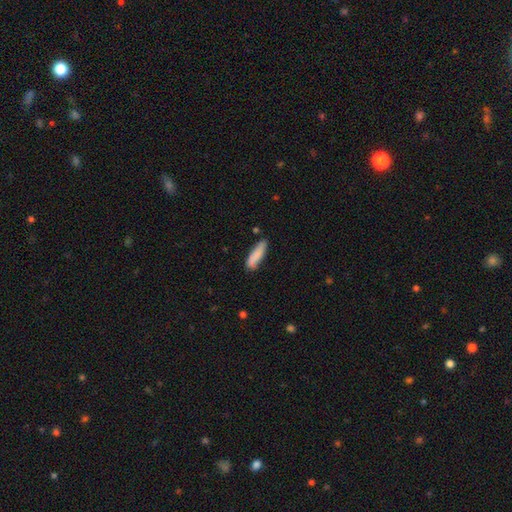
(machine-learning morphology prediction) Q: Smooth or featured?
A: smooth (81%); runner-up: featured or disk (13%)
Q: How rounded?
A: cigar-shaped (66%); runner-up: in between (33%)
Q: Merging?
A: none (70%); runner-up: minor disturbance (22%)